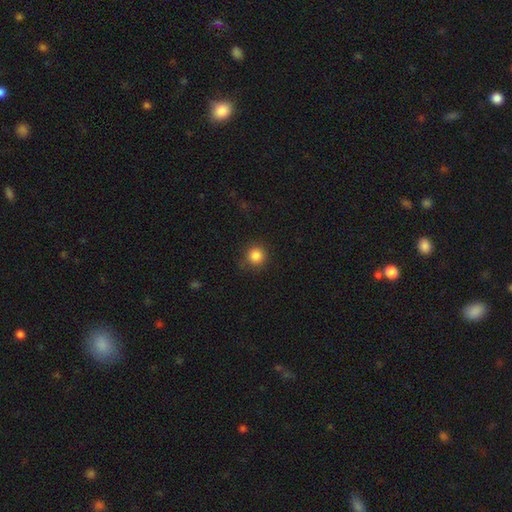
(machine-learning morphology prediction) A smooth galaxy with no disk features (85%) that is round (94%).

Vote fractions:
- Smooth or featured? smooth: 85% / star or artifact: 11% / featured or disk: 3%
- How rounded? round: 94% / in between: 6% / cigar-shaped: 1%
- Merging? none: 85% / minor disturbance: 10% / major disturbance: 3% / merger: 1%